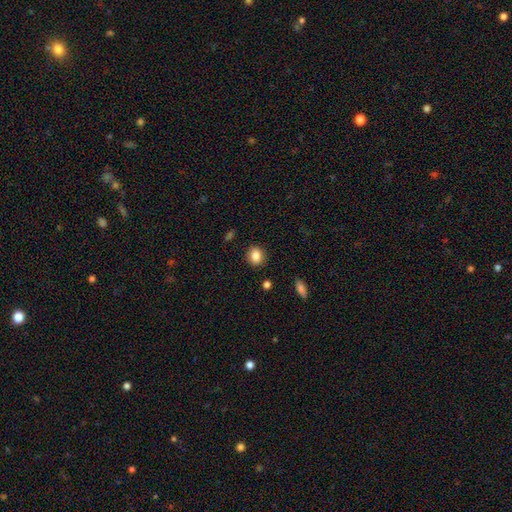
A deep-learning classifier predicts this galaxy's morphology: Q: Smooth or featured?
A: smooth (85%); runner-up: star or artifact (9%)
Q: How rounded?
A: round (62%); runner-up: in between (36%)
Q: Merging?
A: none (89%); runner-up: minor disturbance (8%)